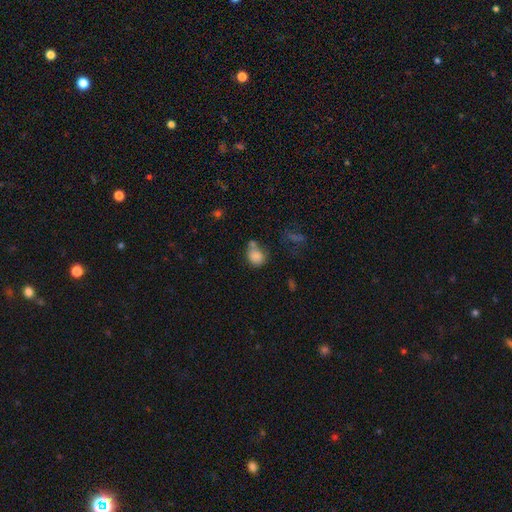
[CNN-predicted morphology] This appears to be a smooth galaxy with no disk features (84%) that is round (65%). Merging: none (47%).